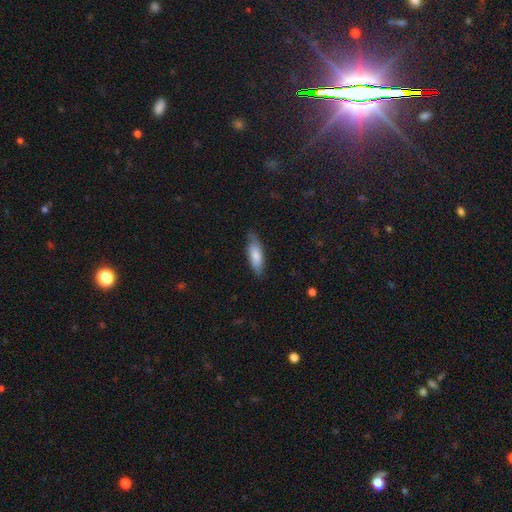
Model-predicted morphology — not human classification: A smooth galaxy with no disk features (77%) that is in between round and cigar-shaped (63%).

Vote fractions:
- Smooth or featured? smooth: 77% / featured or disk: 18% / star or artifact: 6%
- How rounded? in between: 63% / cigar-shaped: 35% / round: 2%
- Merging? none: 75% / minor disturbance: 20% / major disturbance: 3% / merger: 1%